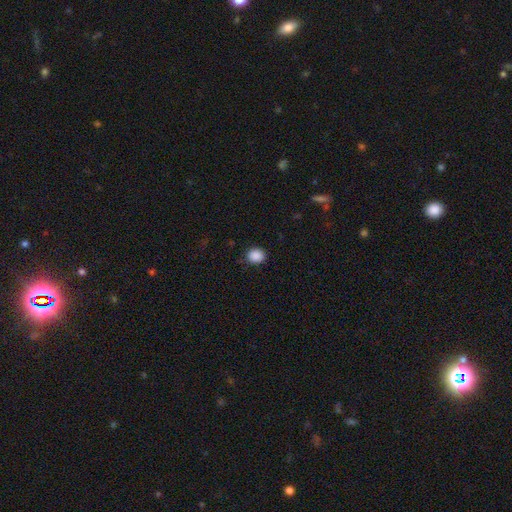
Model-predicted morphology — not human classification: Smooth or featured?
  - smooth: 88% *
  - star or artifact: 9%
  - featured or disk: 3%
How rounded?
  - round: 75% *
  - in between: 24%
  - cigar-shaped: 1%
Merging?
  - none: 88% *
  - minor disturbance: 9%
  - major disturbance: 2%
  - merger: 1%